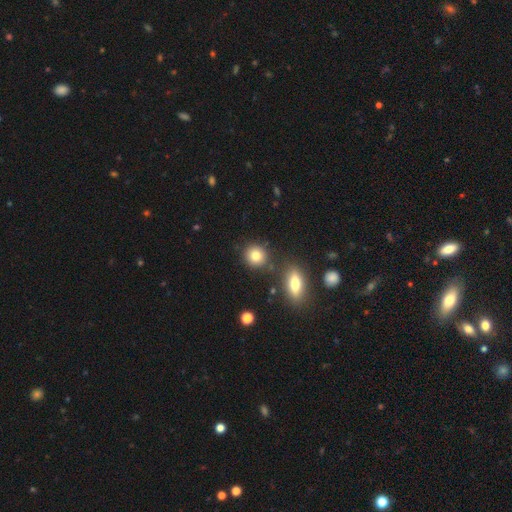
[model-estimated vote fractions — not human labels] Smooth or featured? Predicted: smooth (p=0.82). How rounded? Predicted: round (p=0.84). Merging? Predicted: none (p=0.81).